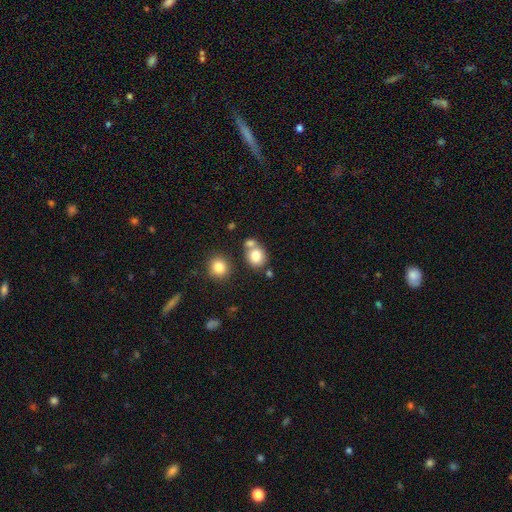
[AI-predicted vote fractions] This is likely a smooth galaxy (80%). How rounded: likely round (67%). Merging: possibly none (54%).